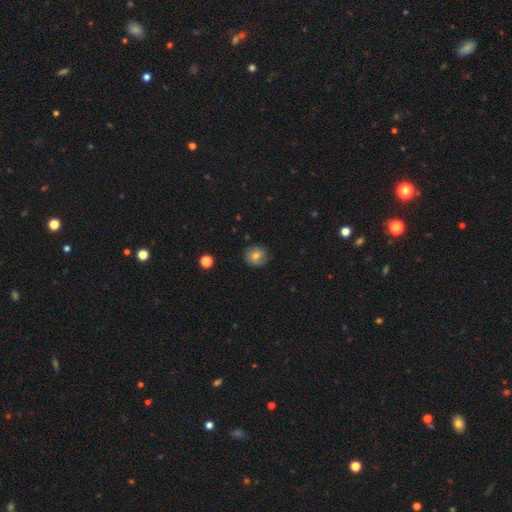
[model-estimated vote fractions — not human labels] The model was most divided on "smooth or featured": smooth: 70%, featured or disk: 19%, star or artifact: 11%. More confident: how rounded — round (88%); merging — none (85%).